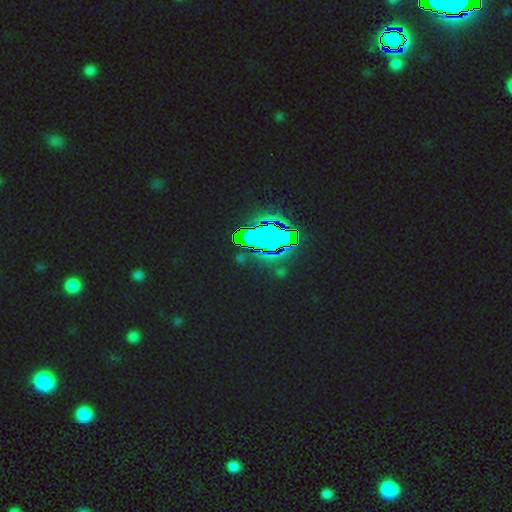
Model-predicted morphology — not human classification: This appears to be a star or artifact, not a galaxy (79%).